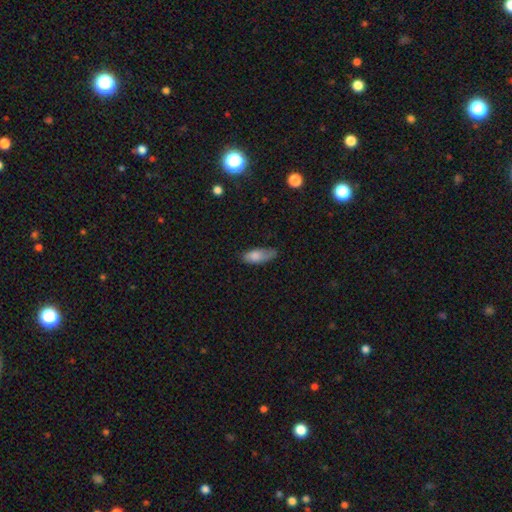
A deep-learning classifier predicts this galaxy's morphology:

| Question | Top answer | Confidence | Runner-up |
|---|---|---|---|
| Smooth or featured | smooth | 80% | featured or disk (13%) |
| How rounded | in between | 76% | cigar-shaped (21%) |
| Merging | none | 58% | minor disturbance (31%) |